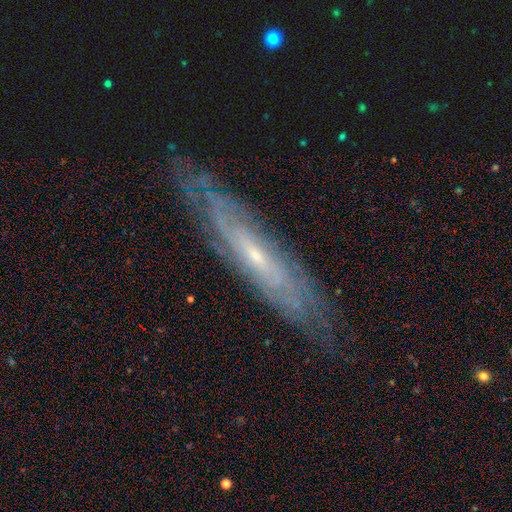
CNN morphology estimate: Smooth or featured? featured or disk (79%)
Edge-on disk? no (62%)
Merging? none (81%)